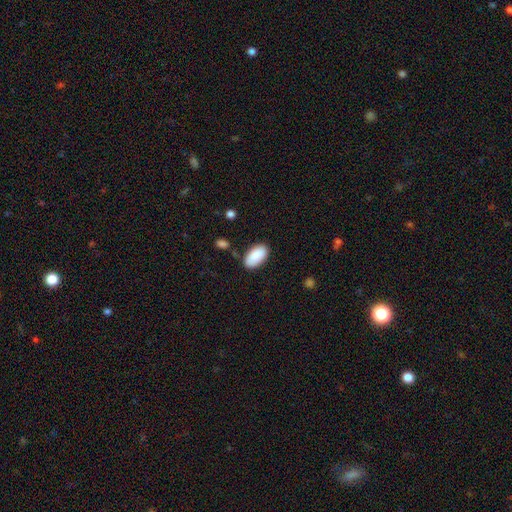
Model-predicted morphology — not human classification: Overall: smooth (90%). How rounded: in between (96%). Merging: none (81%).